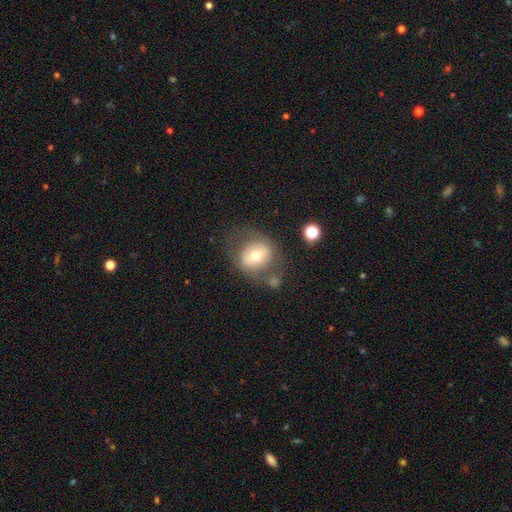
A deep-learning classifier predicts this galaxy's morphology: The model was most divided on "smooth or featured": smooth: 57%, featured or disk: 34%, star or artifact: 9%. More confident: how rounded — round (77%); merging — none (58%).